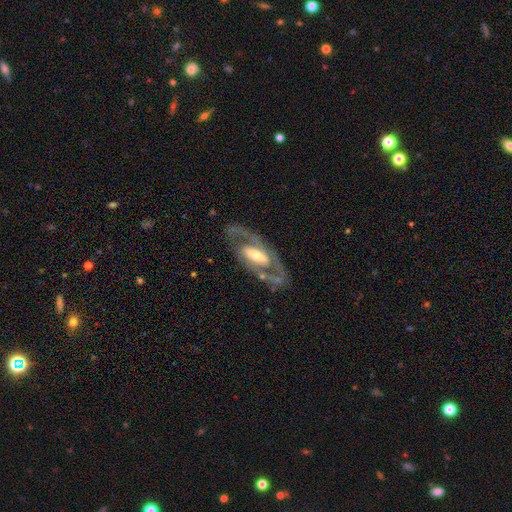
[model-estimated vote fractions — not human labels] featured or disk 83%, smooth 12%, star or artifact 5%. Down the decision tree: edge-on disk — no (90%); bar — strong (39%); spiral arms — yes (73%); spiral arm count — 2 (82%); spiral winding — medium (48%); bulge size — moderate (56%); merging — none (75%).